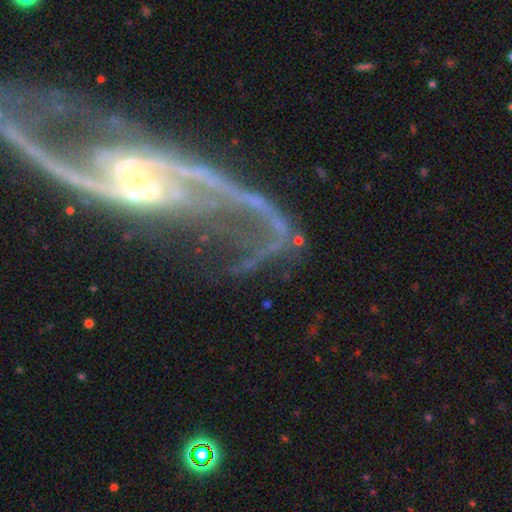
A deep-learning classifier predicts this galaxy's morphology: Smooth or featured?
  - featured or disk: 91% *
  - star or artifact: 6%
  - smooth: 3%
Edge-on disk?
  - no: 94% *
  - yes: 6%
Bar?
  - no: 37% * (tied)
  - weak: 37% * (tied)
  - strong: 26%
Spiral arms?
  - yes: 96% *
  - no: 4%
Spiral winding?
  - loose: 65% *
  - medium: 26%
  - tight: 9%
Spiral arm count?
  - 2: 87% *
  - 1: 4%
  - can't tell: 3%
  - 3: 2%
  - 4: 2%
  - more than 4: 2%
Bulge size?
  - small: 74% *
  - moderate: 16%
  - none: 6%
  - large: 3%
  - dominant: 2%
Merging?
  - none: 59% *
  - major disturbance: 21%
  - minor disturbance: 14%
  - merger: 6%